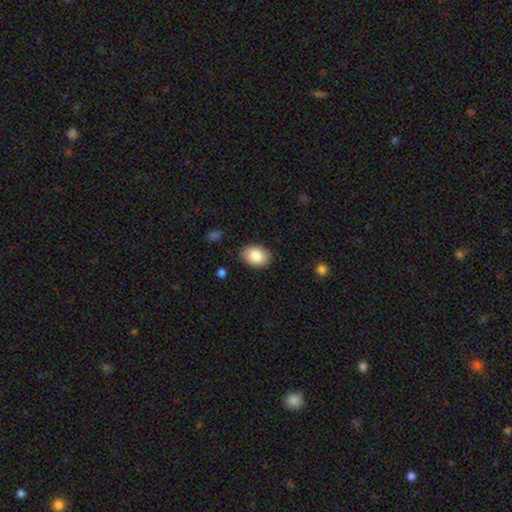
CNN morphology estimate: smooth_or_featured: smooth (p=0.86) [alt: star or artifact p=0.07]
how_rounded: in between (p=0.78) [alt: round p=0.21]
merging: none (p=0.87) [alt: minor disturbance p=0.09]